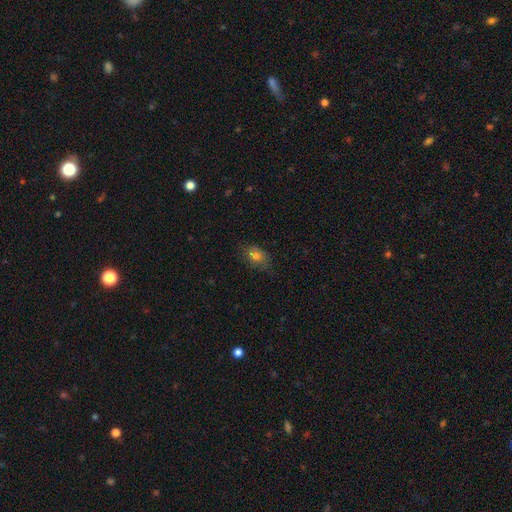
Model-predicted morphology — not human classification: Smooth or featured? Predicted: smooth (p=0.70). How rounded? Predicted: in between (p=0.78). Merging? Predicted: none (p=0.67).